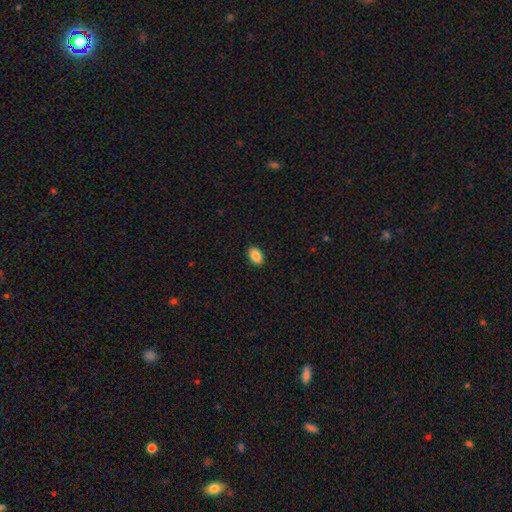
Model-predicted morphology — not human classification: Smooth or featured?
  - smooth: 88% *
  - star or artifact: 8%
  - featured or disk: 4%
How rounded?
  - in between: 85% *
  - round: 14%
  - cigar-shaped: 1%
Merging?
  - none: 90% *
  - minor disturbance: 8%
  - major disturbance: 2%
  - merger: 1%